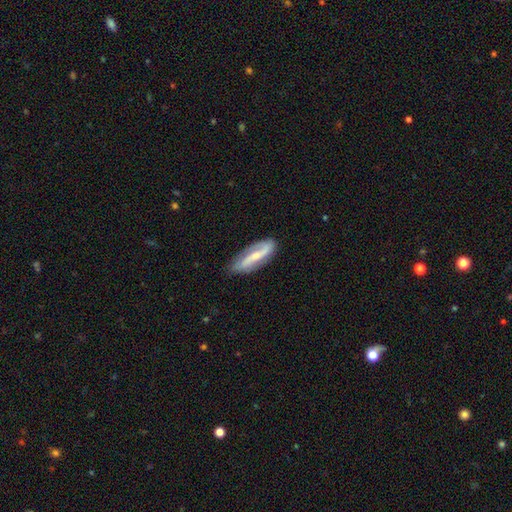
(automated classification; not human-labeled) This is likely a featured or disk galaxy (74%). It is clearly not viewed edge-on (83%). Bar: marginally strong (44%). Spiral arm pattern: clearly yes (90%). Spiral arm count: clearly 2 (86%). Spiral winding: possibly loose (59%). Central bulge: possibly small (59%). Merging: clearly none (80%).